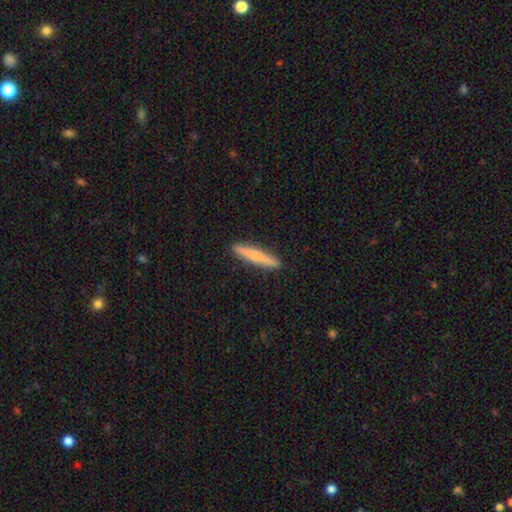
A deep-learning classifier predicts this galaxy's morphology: Smooth or featured?
  - smooth: 63% *
  - featured or disk: 31%
  - star or artifact: 6%
How rounded?
  - cigar-shaped: 94% *
  - in between: 4%
  - round: 1%
Merging?
  - none: 92% *
  - minor disturbance: 6%
  - major disturbance: 1%
  - merger: 1%